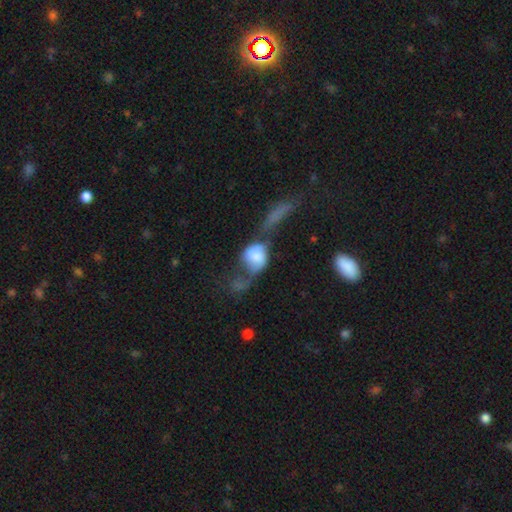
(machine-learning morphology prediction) This appears to be a smooth galaxy with no disk features (49%). Merging: major disturbance (34%).